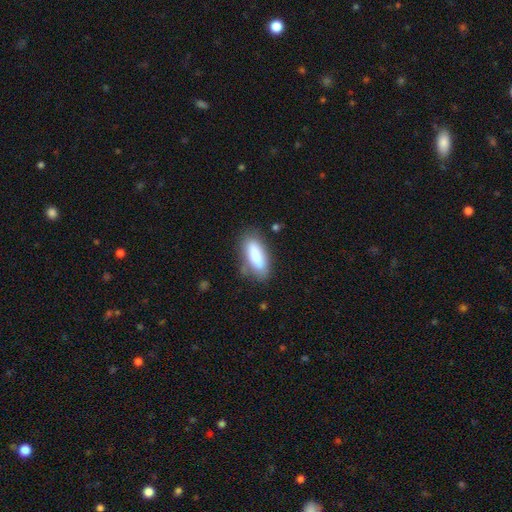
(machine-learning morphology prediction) Overall: smooth (83%). How rounded: in between (70%). Merging: none (72%).